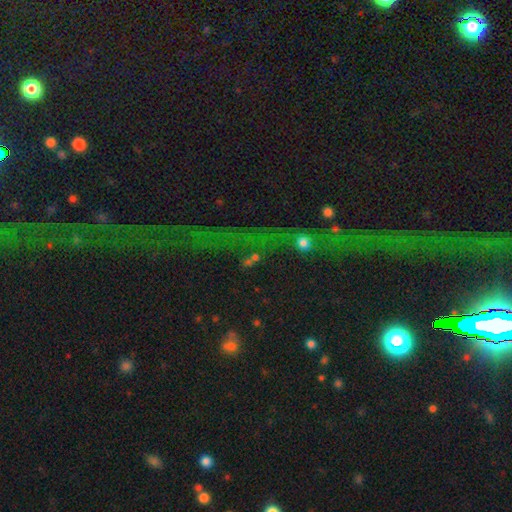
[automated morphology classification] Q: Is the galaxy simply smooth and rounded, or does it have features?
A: star or artifact — 58%.